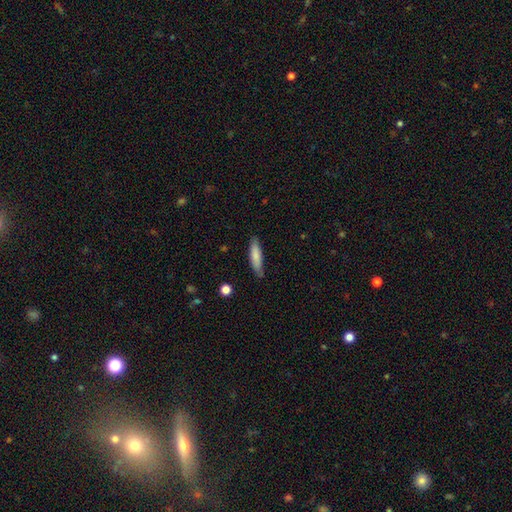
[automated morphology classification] This appears to be a smooth galaxy with no disk features (80%) that is cigar-shaped (72%). Merging: none (80%).